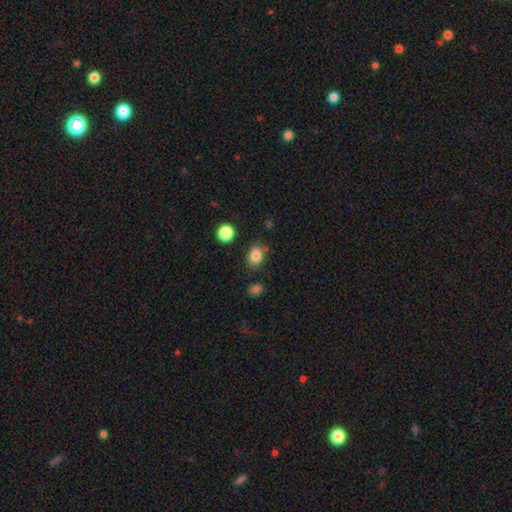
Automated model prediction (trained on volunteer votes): Q: Smooth or featured?
A: smooth (84%); runner-up: star or artifact (11%)
Q: How rounded?
A: in between (58%); runner-up: round (41%)
Q: Merging?
A: none (78%); runner-up: minor disturbance (14%)